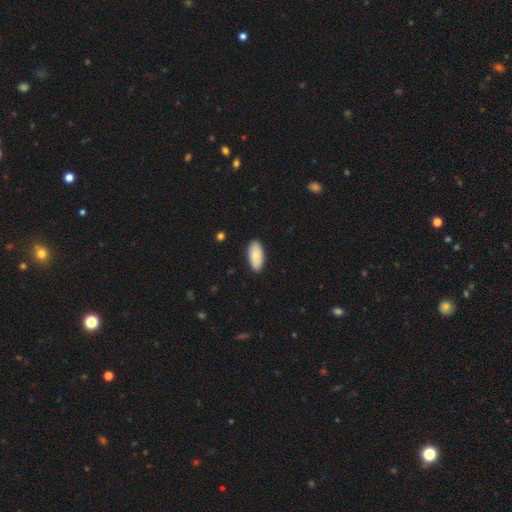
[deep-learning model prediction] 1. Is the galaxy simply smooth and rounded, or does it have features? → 82% smooth, 13% featured or disk, 6% star or artifact.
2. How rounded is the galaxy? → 92% in between, 6% cigar-shaped, 2% round.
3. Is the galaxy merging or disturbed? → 87% none, 10% minor disturbance, 2% major disturbance, 1% merger.